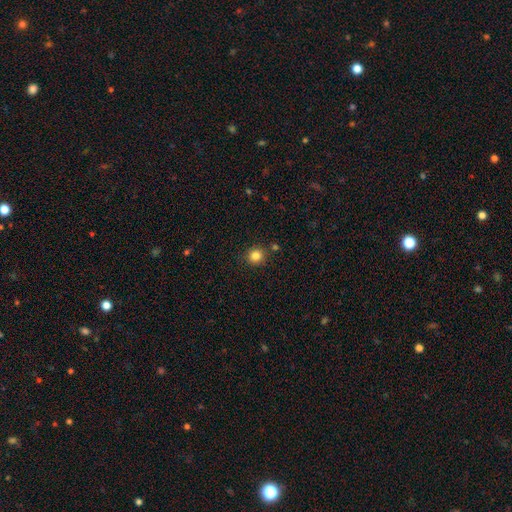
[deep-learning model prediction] Smooth or featured? Predicted: smooth (p=0.83). How rounded? Predicted: round (p=0.91). Merging? Predicted: none (p=0.87).